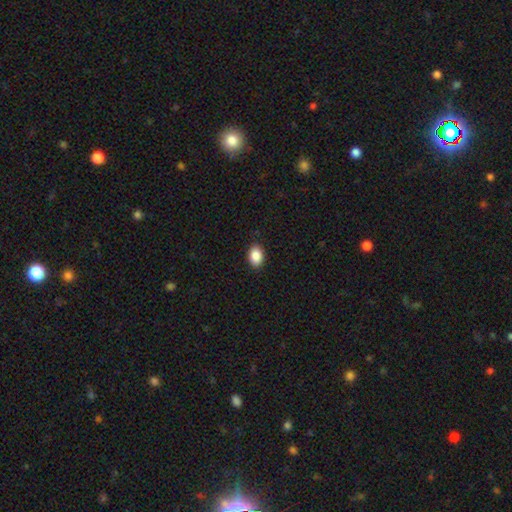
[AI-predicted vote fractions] The model was most divided on "how rounded": in between: 81%, round: 18%, cigar-shaped: 1%. More confident: merging — none (89%); smooth or featured — smooth (89%).